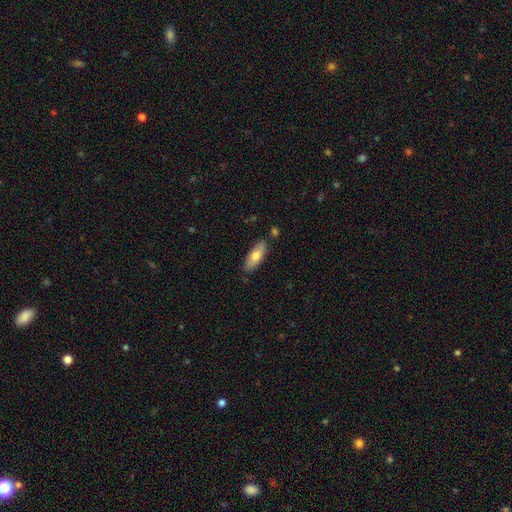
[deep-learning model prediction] Smooth or featured: smooth — 71% (featured or disk — 23%)
How rounded: in between — 69% (cigar-shaped — 29%)
Merging: none — 82% (minor disturbance — 13%)